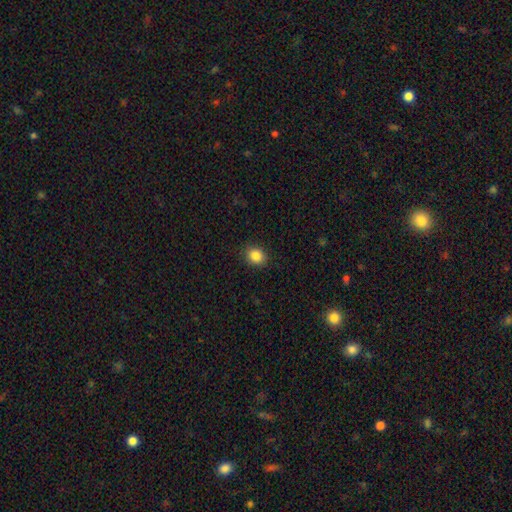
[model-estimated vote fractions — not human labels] A smooth galaxy with no disk features (86%) that is round (58%).

Vote fractions:
- Smooth or featured? smooth: 86% / star or artifact: 10% / featured or disk: 4%
- How rounded? round: 58% / in between: 41% / cigar-shaped: 1%
- Merging? none: 89% / minor disturbance: 7% / major disturbance: 2% / merger: 1%